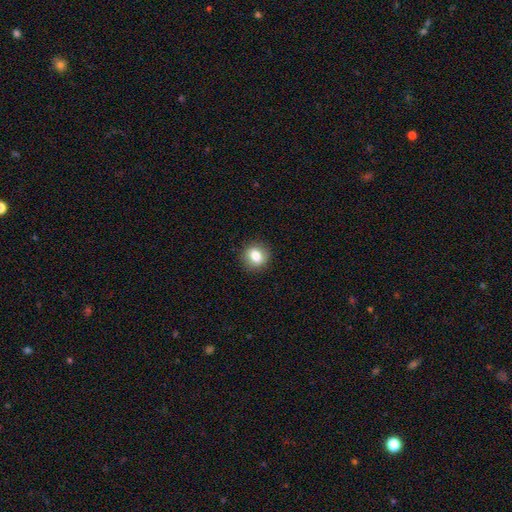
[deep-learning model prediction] Smooth or featured? Predicted: smooth (p=0.79). How rounded? Predicted: round (p=0.76). Merging? Predicted: none (p=0.89).